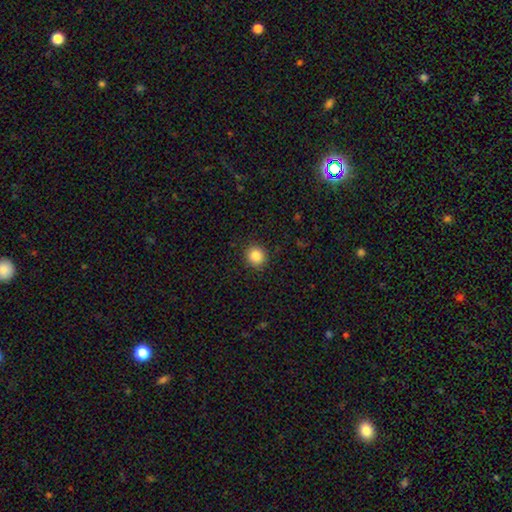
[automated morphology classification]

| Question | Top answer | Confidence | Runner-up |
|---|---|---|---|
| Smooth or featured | smooth | 86% | star or artifact (10%) |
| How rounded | round | 89% | in between (10%) |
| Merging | none | 91% | minor disturbance (6%) |